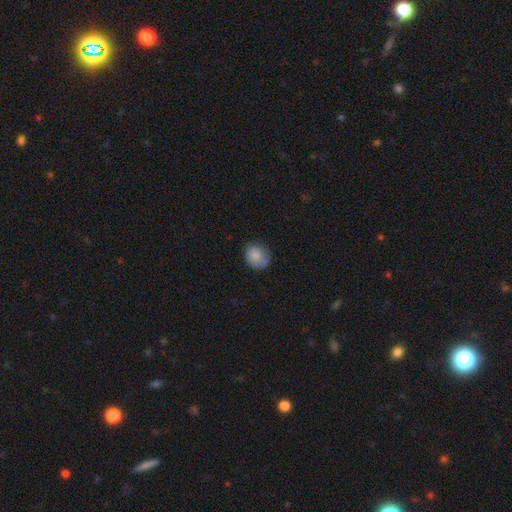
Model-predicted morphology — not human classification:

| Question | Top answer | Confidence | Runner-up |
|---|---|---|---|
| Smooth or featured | smooth | 83% | featured or disk (9%) |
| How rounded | round | 77% | in between (22%) |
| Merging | none | 68% | minor disturbance (23%) |